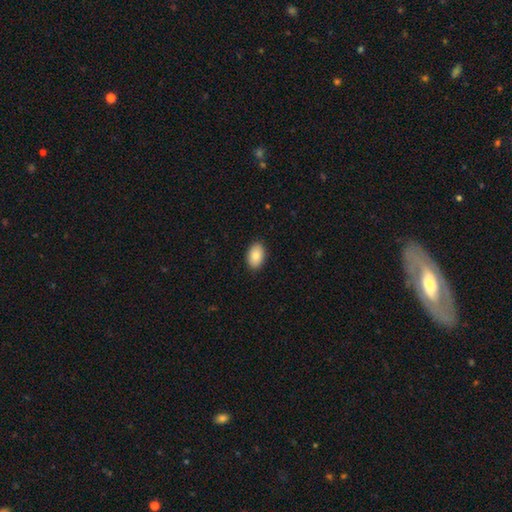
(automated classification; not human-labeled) Smooth or featured? smooth (85%)
How rounded? in between (90%)
Merging? none (90%)